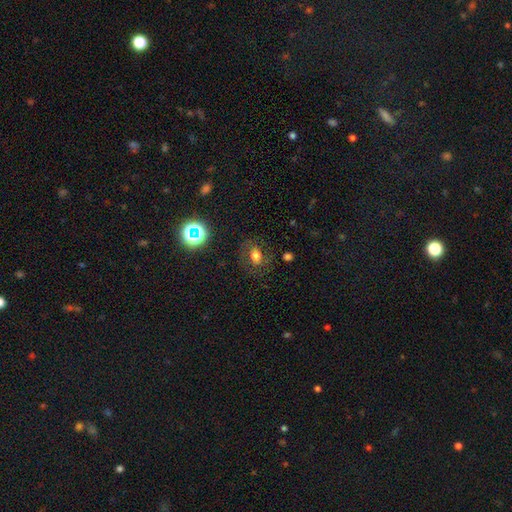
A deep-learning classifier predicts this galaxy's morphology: A smooth galaxy with no disk features (61%) that is in between round and cigar-shaped (62%).

Vote fractions:
- Smooth or featured? smooth: 61% / featured or disk: 21% / star or artifact: 18%
- How rounded? in between: 62% / round: 37% / cigar-shaped: 2%
- Merging? none: 75% / minor disturbance: 14% / major disturbance: 9% / merger: 2%